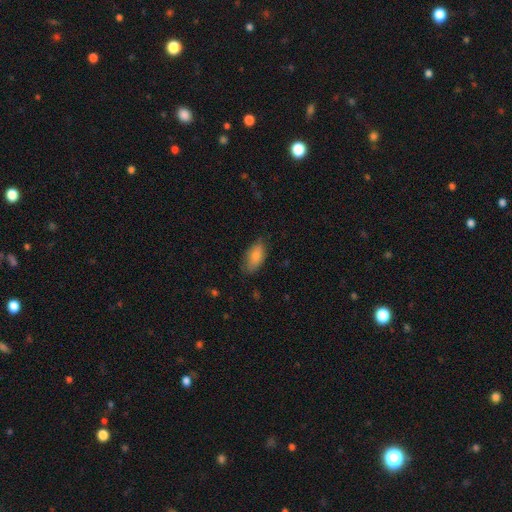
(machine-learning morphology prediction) The model was most divided on "merging": none: 73%, minor disturbance: 21%, major disturbance: 4%, merger: 1%. More confident: how rounded — in between (90%); smooth or featured — smooth (80%).